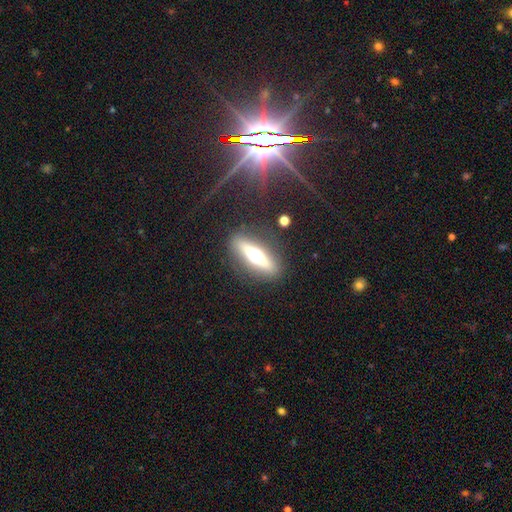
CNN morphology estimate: Q: Smooth or featured?
A: featured or disk (60%); runner-up: smooth (31%)
Q: Edge-on disk?
A: yes (86%); runner-up: no (14%)
Q: Edge-on bulge?
A: rounded (93%); runner-up: boxy (5%)
Q: Merging?
A: none (85%); runner-up: minor disturbance (9%)